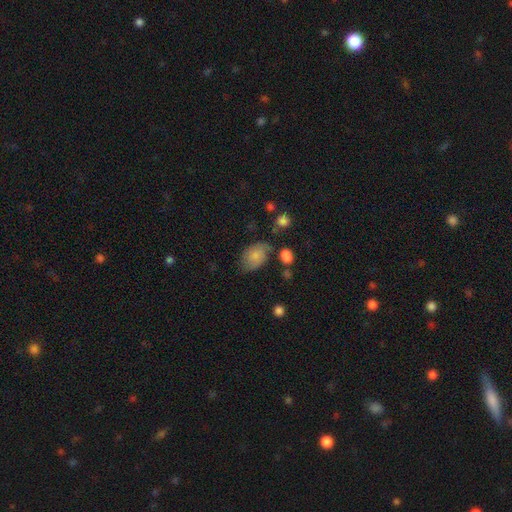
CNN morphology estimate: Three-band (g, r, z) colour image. It shows a smooth galaxy with no disk features (73%) that is in between round and cigar-shaped (86%). Merging: none (53%).